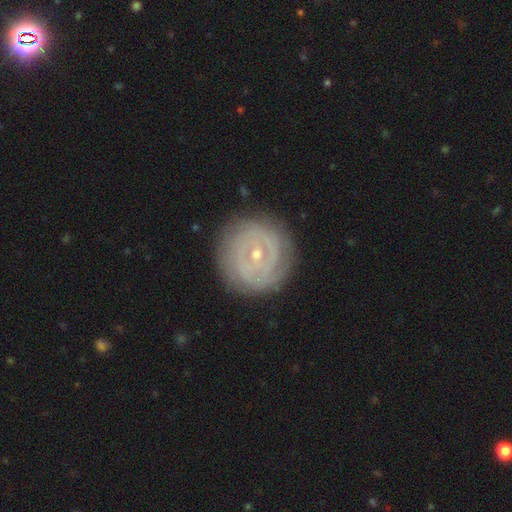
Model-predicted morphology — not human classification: This appears to be a featured or disk galaxy (76%) with no bar (56%), tight (79%) spiral arms (77%) and a small central bulge (72%). Merging: none (85%).